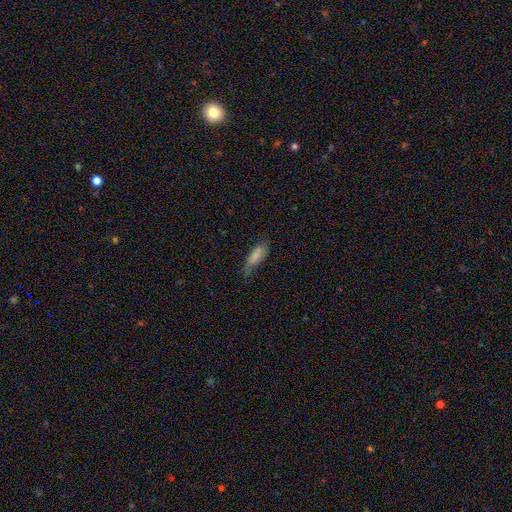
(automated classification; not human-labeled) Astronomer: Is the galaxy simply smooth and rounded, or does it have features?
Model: smooth — 75%.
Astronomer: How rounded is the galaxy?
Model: in between — 68%.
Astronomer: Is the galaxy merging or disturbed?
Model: none — 44% (runner-up: minor disturbance, 38%).